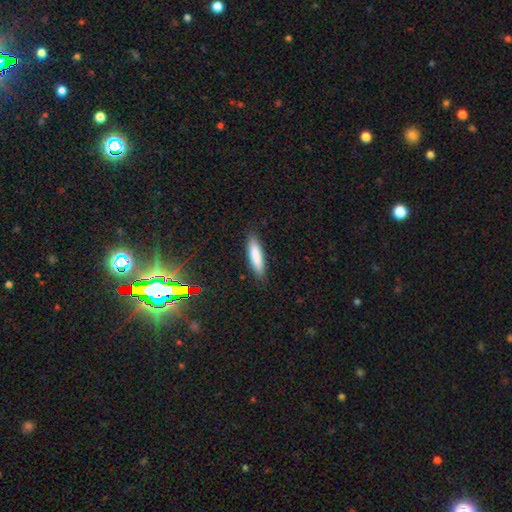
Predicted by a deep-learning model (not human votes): A smooth galaxy with no disk features (85%) that is cigar-shaped (71%). Merging: none (88%).